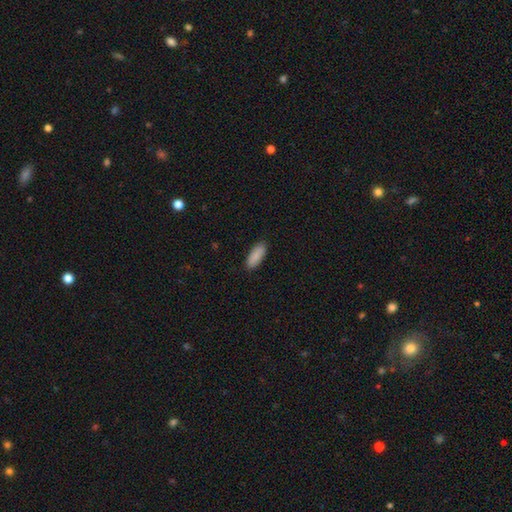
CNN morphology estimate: Overall: smooth (90%). How rounded: in between (77%). Merging: none (89%).